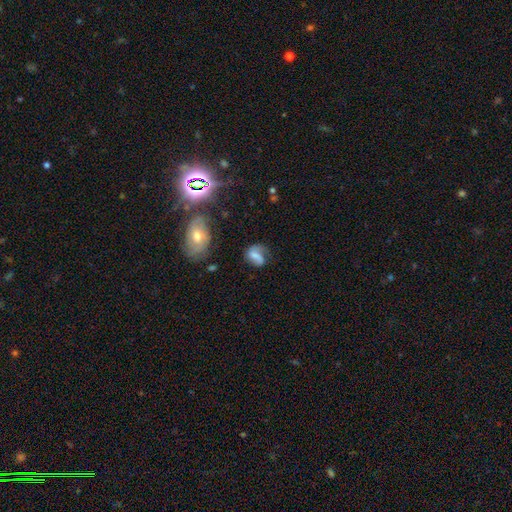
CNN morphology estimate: Overall: featured or disk (47%; smooth 43%). Merging: none (48%; minor disturbance 26%).